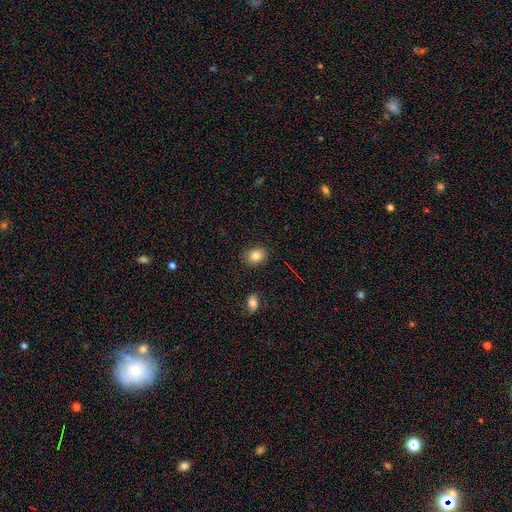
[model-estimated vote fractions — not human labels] smooth 83%, star or artifact 10%, featured or disk 7%. Down the decision tree: how rounded — in between (58%); merging — none (87%).